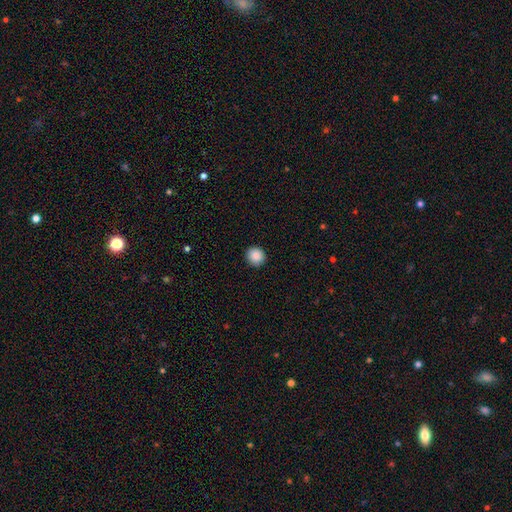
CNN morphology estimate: Smooth or featured? smooth (89%)
How rounded? round (92%)
Merging? none (92%)